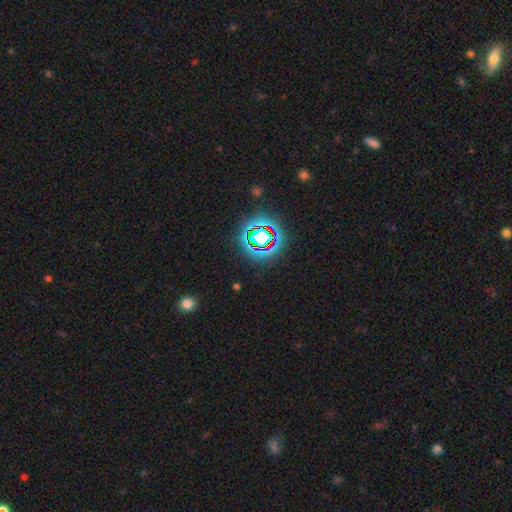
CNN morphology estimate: Overall: star or artifact (72%).